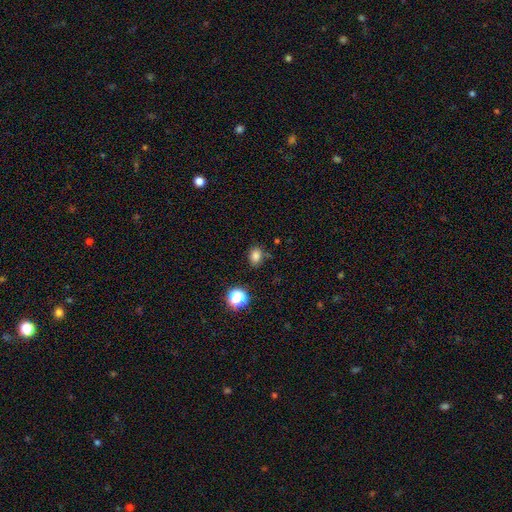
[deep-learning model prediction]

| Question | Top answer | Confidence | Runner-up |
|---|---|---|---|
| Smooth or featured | smooth | 80% | star or artifact (15%) |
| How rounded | in between | 63% | round (36%) |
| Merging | none | 75% | minor disturbance (17%) |